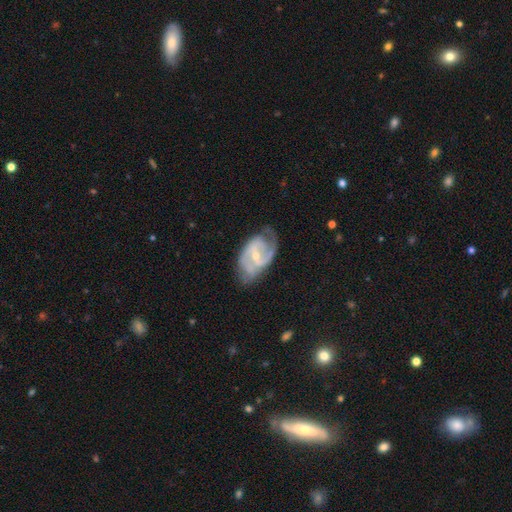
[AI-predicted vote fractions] Smooth or featured?
  - featured or disk: 84% *
  - smooth: 11%
  - star or artifact: 5%
Edge-on disk?
  - no: 96% *
  - yes: 4%
Bar?
  - weak: 46% *
  - no: 35%
  - strong: 19%
Spiral arms?
  - yes: 92% *
  - no: 8%
Spiral winding?
  - medium: 49% *
  - tight: 32%
  - loose: 19%
Spiral arm count?
  - 2: 67% *
  - can't tell: 14%
  - 3: 10%
  - 1: 5%
  - 4: 2%
  - more than 4: 2%
Bulge size?
  - small: 59% *
  - moderate: 37%
  - none: 1%
  - large: 1%
  - dominant: 1%
Merging?
  - none: 58% *
  - minor disturbance: 26%
  - major disturbance: 14%
  - merger: 2%